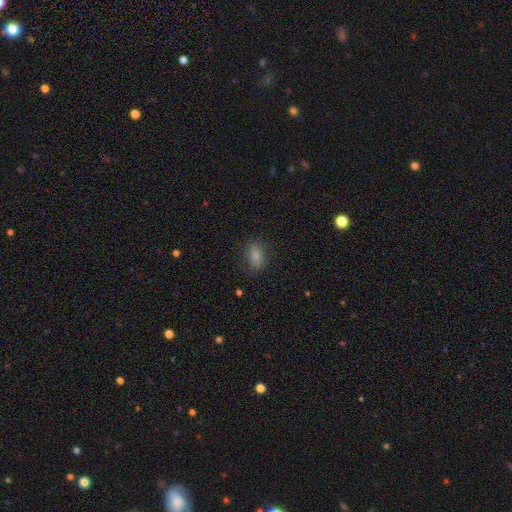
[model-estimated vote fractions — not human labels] Morphology: type=smooth (85%); roundness=in between (86%); merging=none (84%).